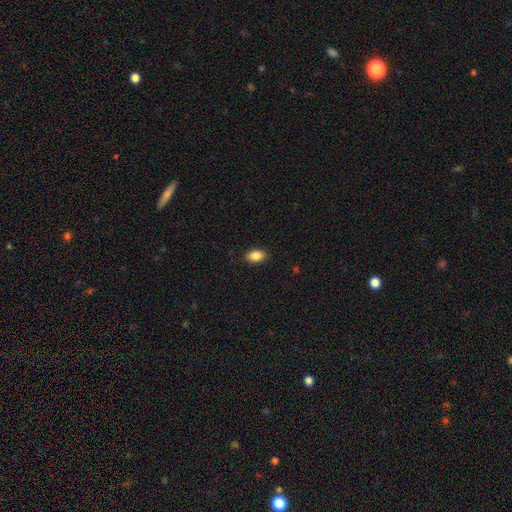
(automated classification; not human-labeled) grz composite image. It shows a smooth galaxy with no disk features (87%) that is in between round and cigar-shaped (87%). Merging: none (89%).